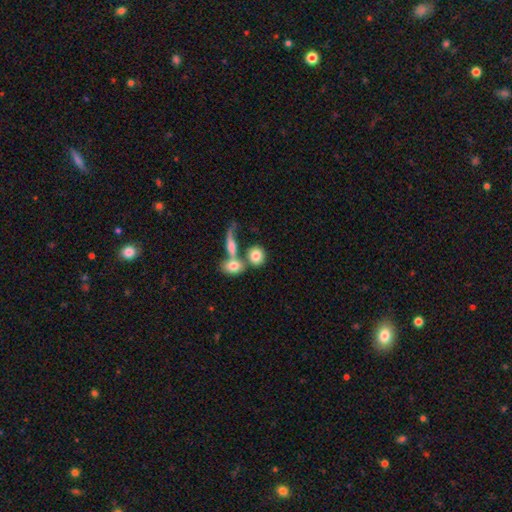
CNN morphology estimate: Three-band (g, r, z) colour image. It shows a smooth galaxy with no disk features (77%) that is round (66%). Merging: none (40%, tied with merger).